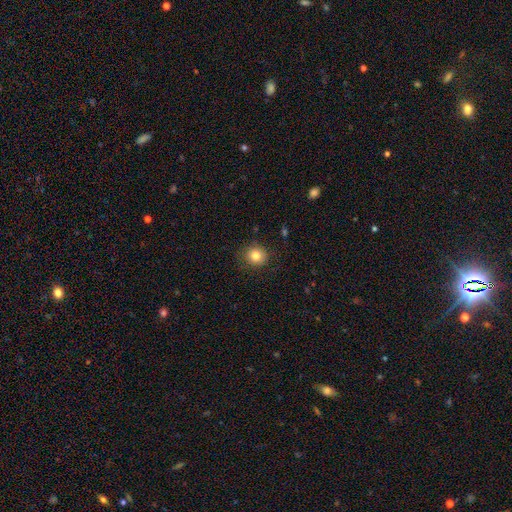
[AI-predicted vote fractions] smooth-or-featured: smooth: 83% | star or artifact: 10% | featured or disk: 7%
  how-rounded: round: 85% | in between: 14% | cigar-shaped: 1%
  merging: none: 85% | minor disturbance: 11% | major disturbance: 3% | merger: 1%